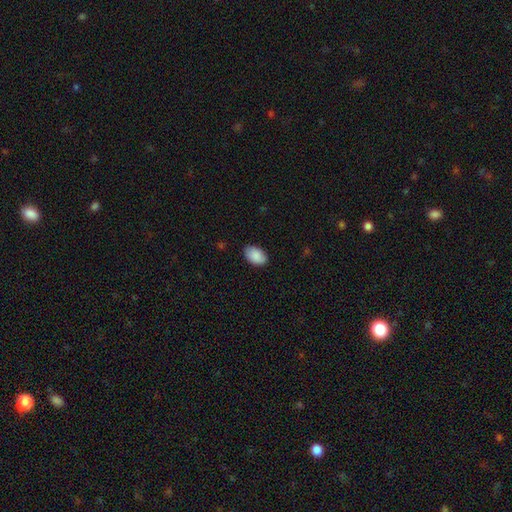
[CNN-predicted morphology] Overall: smooth (90%). How rounded: in between (92%). Merging: none (85%).